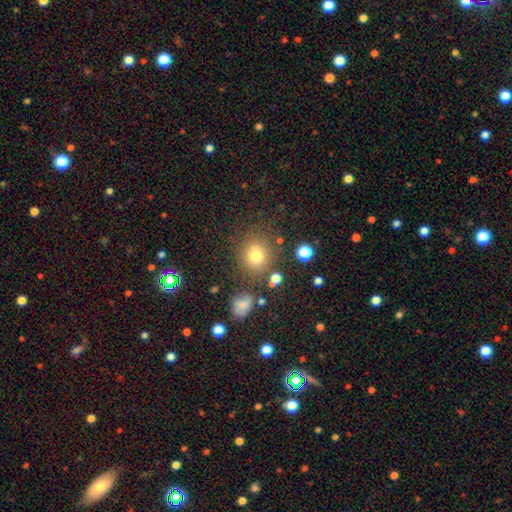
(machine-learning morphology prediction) Smooth or featured? smooth (75%)
How rounded? round (80%)
Merging? none (76%)